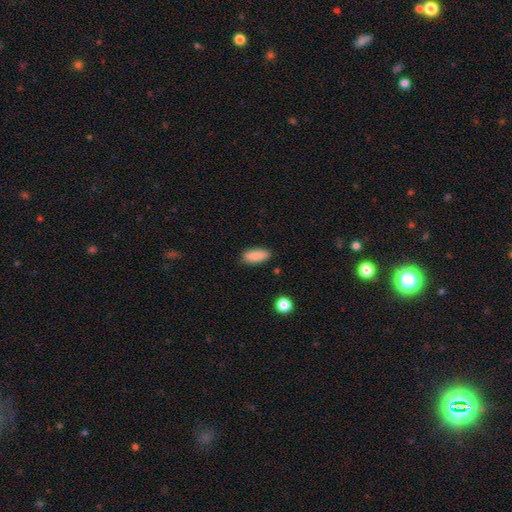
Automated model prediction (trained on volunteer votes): This is clearly a smooth galaxy (89%). How rounded: likely in between (80%). Merging: clearly none (87%).